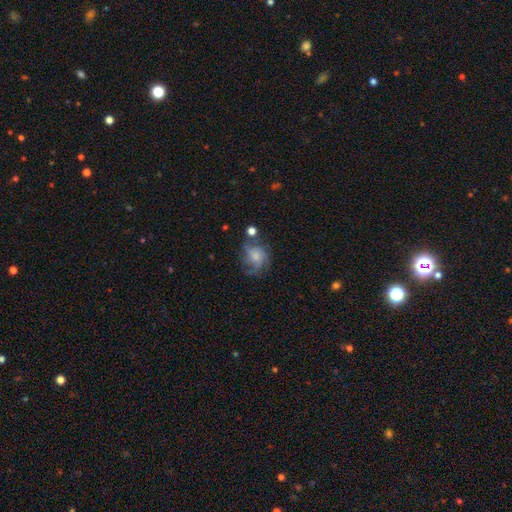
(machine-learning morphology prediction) Smooth or featured? featured or disk (46%)
Merging? none (48%)